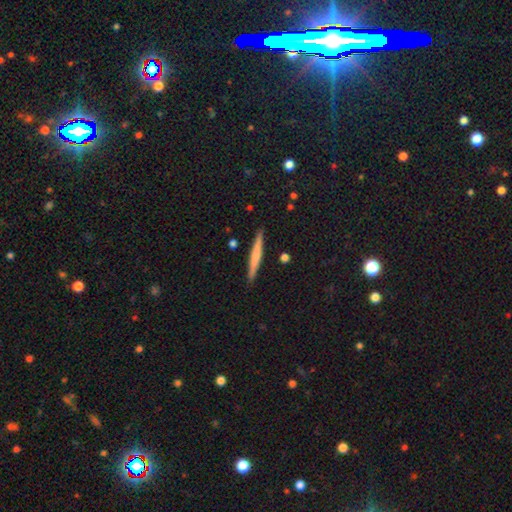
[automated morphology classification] The model was most divided on "smooth or featured": smooth: 59%, featured or disk: 35%, star or artifact: 6%. More confident: how rounded — cigar-shaped (96%); merging — none (90%).